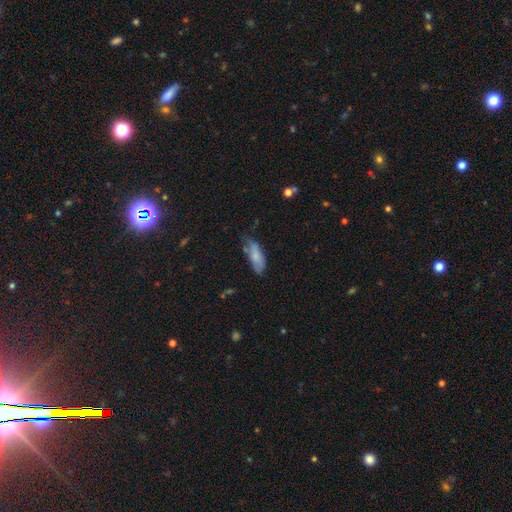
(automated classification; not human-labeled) Overall: smooth (75%). How rounded: in between (71%). Merging: none (44%; minor disturbance 37%).